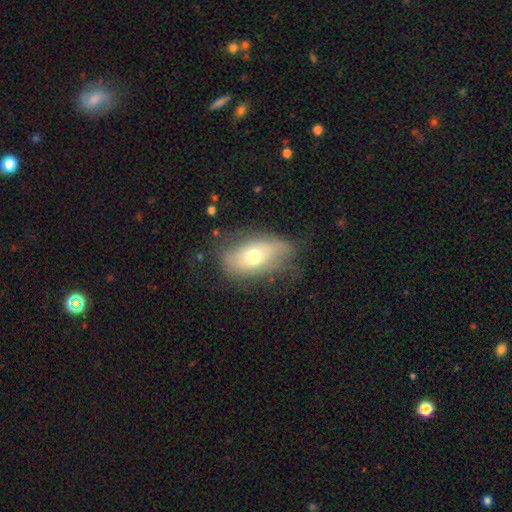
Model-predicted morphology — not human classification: This is possibly a smooth galaxy (60%). How rounded: clearly in between (89%). Merging: possibly none (55%).